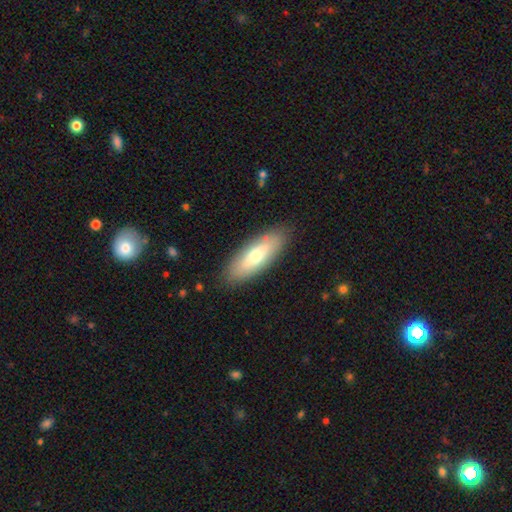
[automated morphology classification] Smooth or featured: smooth — 63% (featured or disk — 32%)
How rounded: in between — 61% (cigar-shaped — 37%)
Merging: none — 87% (minor disturbance — 9%)